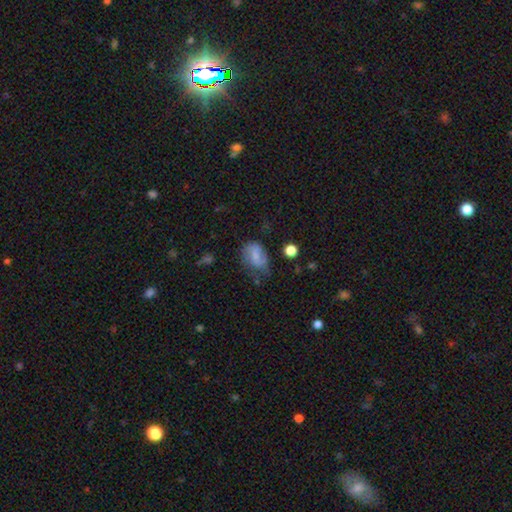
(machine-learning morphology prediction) Smooth or featured? Predicted: smooth (p=0.60). How rounded? Predicted: in between (p=0.77). Merging? Predicted: none (p=0.42).